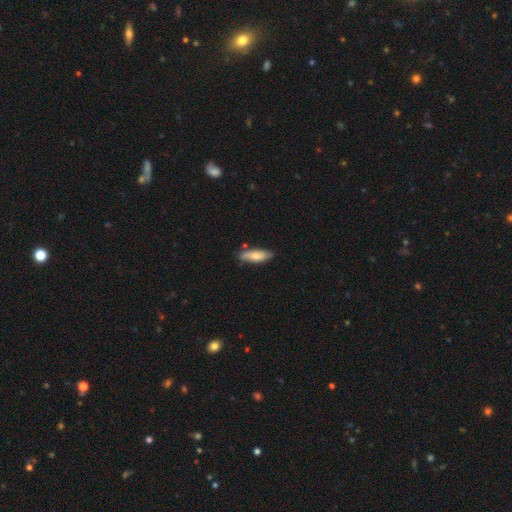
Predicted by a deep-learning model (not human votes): smooth 72%, featured or disk 22%, star or artifact 6%. Down the decision tree: how rounded — in between (55%); merging — none (75%).